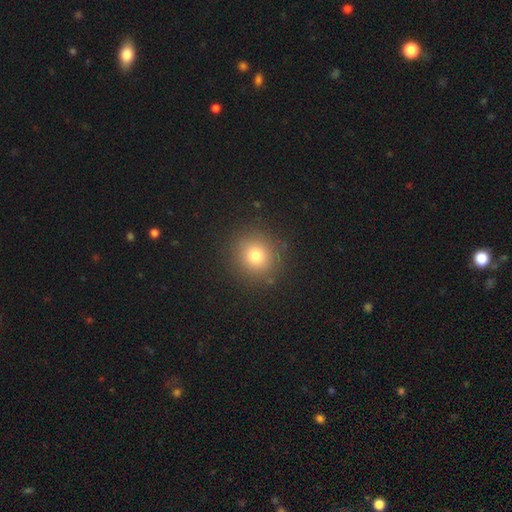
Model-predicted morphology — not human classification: This appears to be a smooth galaxy with no disk features (78%) that is round (90%). Merging: none (89%).